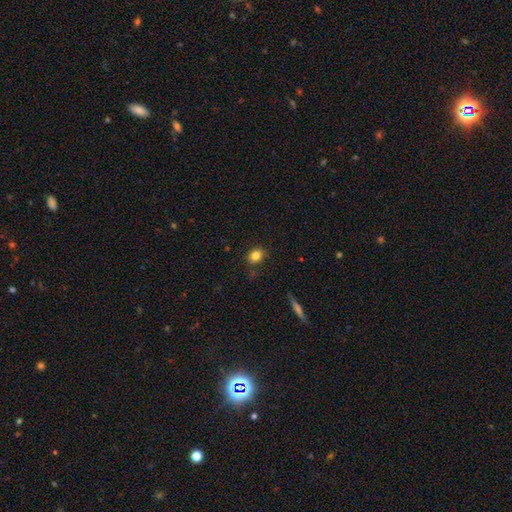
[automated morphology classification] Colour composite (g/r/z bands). It shows a smooth galaxy with no disk features (82%) that is round (63%). Merging: none (81%).